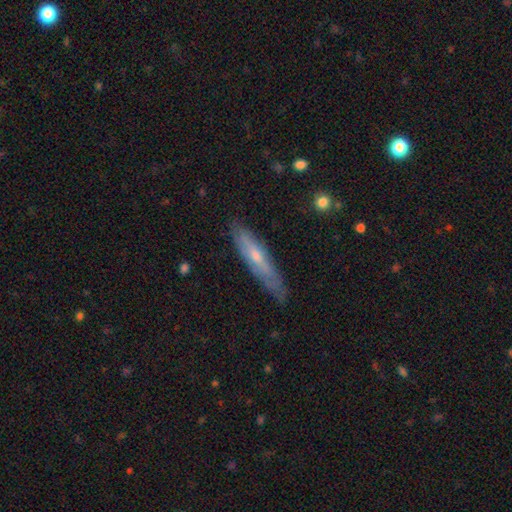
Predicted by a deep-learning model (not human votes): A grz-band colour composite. It shows a featured or disk galaxy (49%). Merging: none (73%).